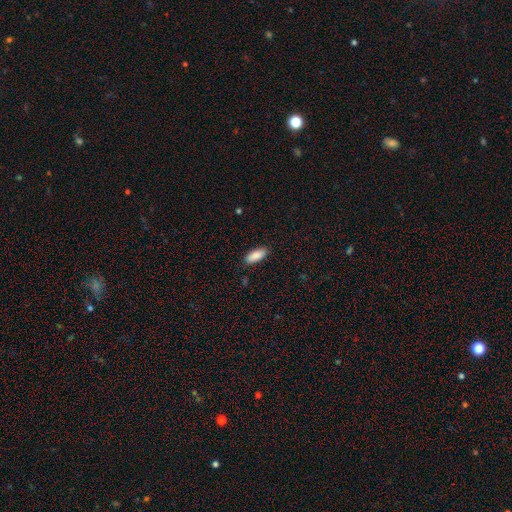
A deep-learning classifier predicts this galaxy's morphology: smooth 89%, star or artifact 6%, featured or disk 4%. Down the decision tree: how rounded — in between (82%); merging — none (87%).